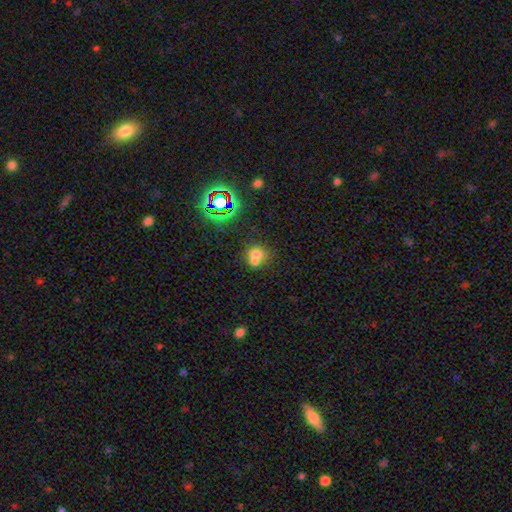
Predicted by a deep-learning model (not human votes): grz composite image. It shows a smooth galaxy with no disk features (62%) that is round (63%). Merging: merger (54%).